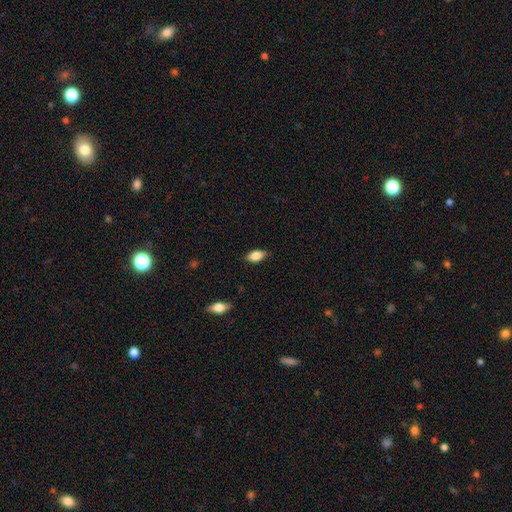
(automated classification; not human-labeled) smooth 84%, featured or disk 9%, star or artifact 7%. Down the decision tree: how rounded — in between (88%); merging — none (81%).